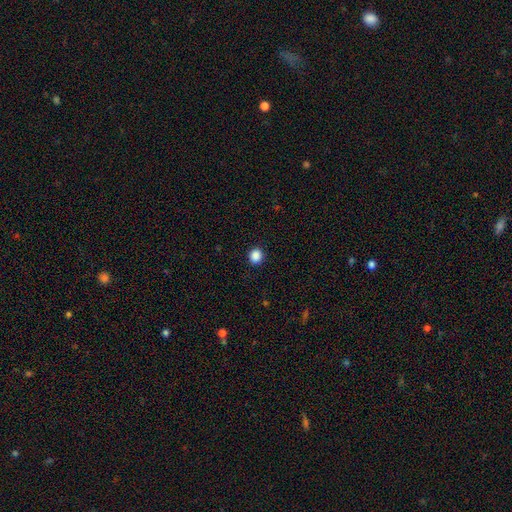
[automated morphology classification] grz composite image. It shows a smooth galaxy with no disk features (88%) that is round (84%). Merging: none (91%).